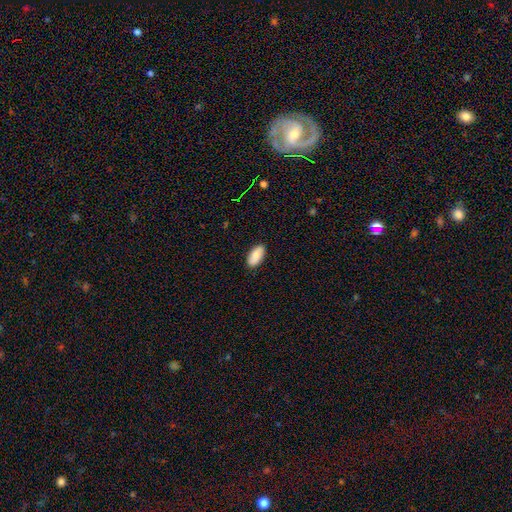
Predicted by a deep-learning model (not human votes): Smooth or featured? smooth (83%)
How rounded? in between (93%)
Merging? none (88%)